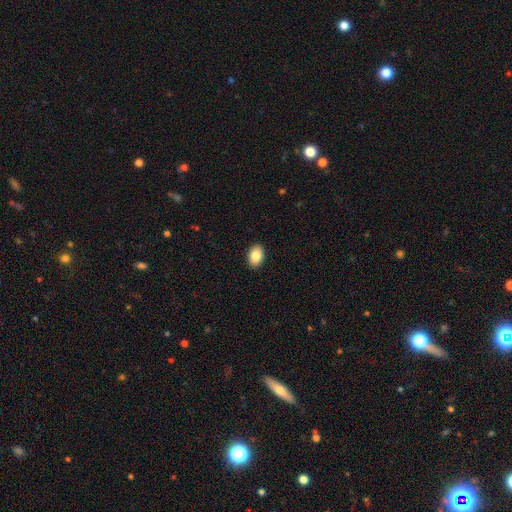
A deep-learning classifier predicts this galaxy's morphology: Smooth or featured? smooth (85%)
How rounded? in between (85%)
Merging? none (91%)